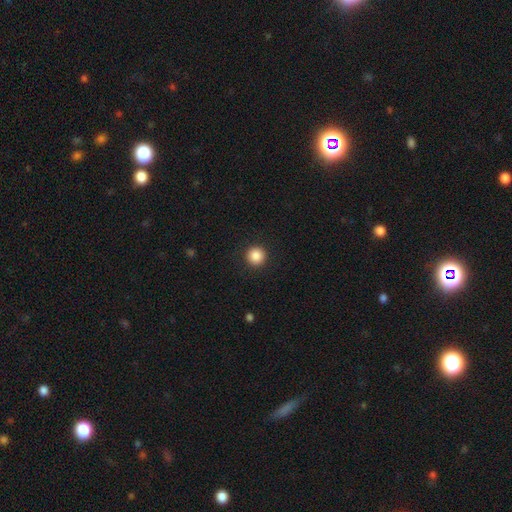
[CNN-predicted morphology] The model was most divided on "smooth or featured": smooth: 87%, star or artifact: 10%, featured or disk: 3%. More confident: how rounded — round (96%); merging — none (92%).